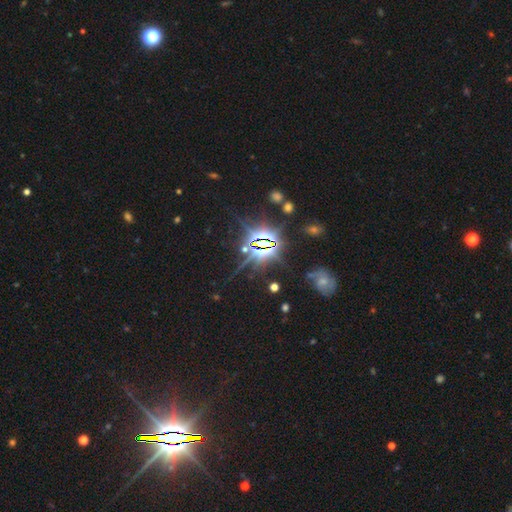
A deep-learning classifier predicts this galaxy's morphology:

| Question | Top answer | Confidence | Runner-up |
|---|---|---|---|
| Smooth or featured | star or artifact | 82% | smooth (9%) |